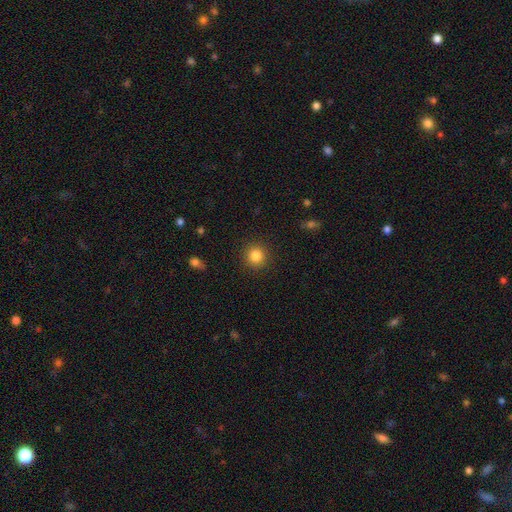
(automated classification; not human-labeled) Smooth or featured? Predicted: smooth (p=0.84). How rounded? Predicted: round (p=0.93). Merging? Predicted: none (p=0.91).